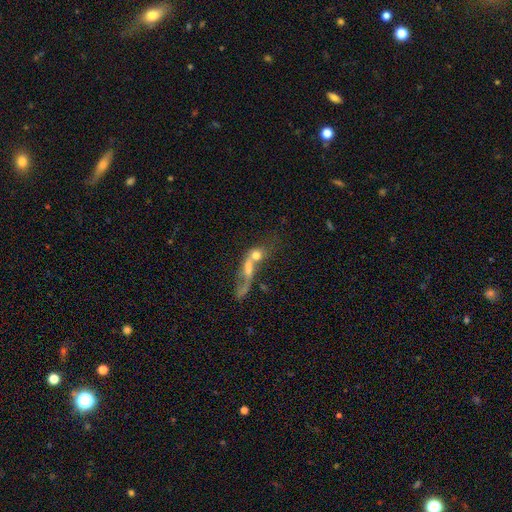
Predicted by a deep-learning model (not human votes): smooth 50%, featured or disk 37%, star or artifact 13%. Down the decision tree: merging — merger (64%).